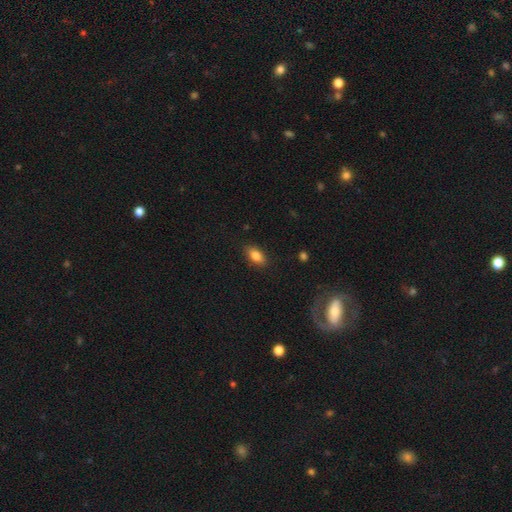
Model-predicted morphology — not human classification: Smooth or featured? smooth (84%)
How rounded? in between (89%)
Merging? none (87%)